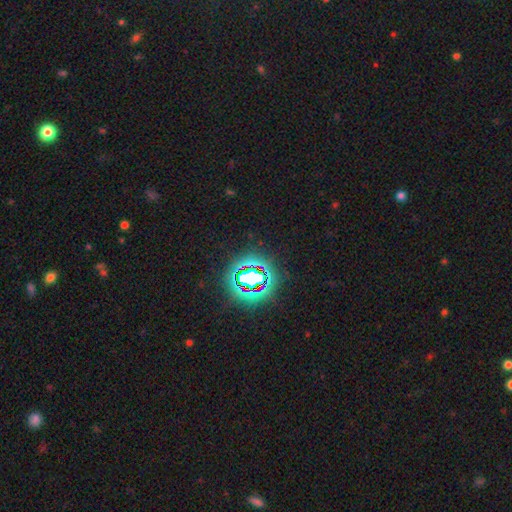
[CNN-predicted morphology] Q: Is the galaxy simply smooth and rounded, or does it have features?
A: star or artifact — 81%.